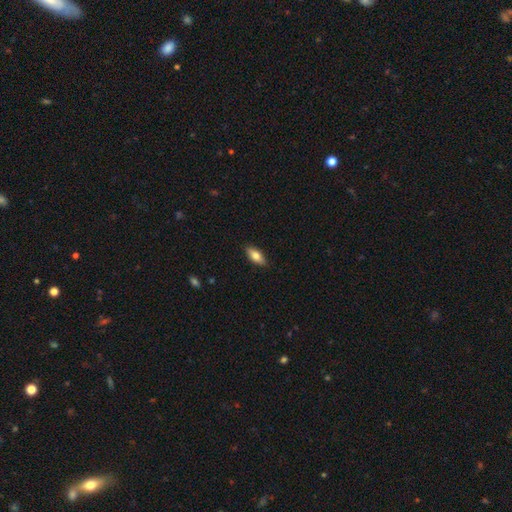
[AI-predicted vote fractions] smooth_or_featured: smooth (p=0.77) [alt: featured or disk p=0.16]
how_rounded: in between (p=0.82) [alt: cigar-shaped p=0.15]
merging: none (p=0.88) [alt: minor disturbance p=0.10]